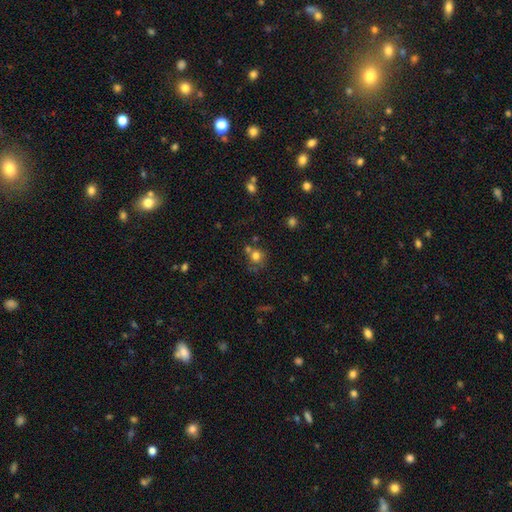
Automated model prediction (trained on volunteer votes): A smooth galaxy with no disk features (75%) that is round (84%). Merging: none (57%).